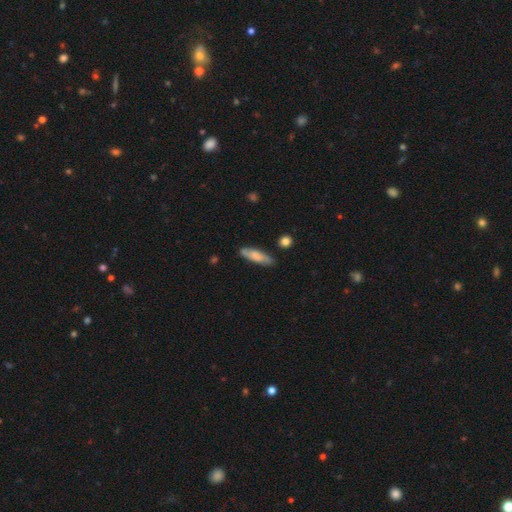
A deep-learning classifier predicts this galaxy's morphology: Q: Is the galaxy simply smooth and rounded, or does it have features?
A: smooth — 71%.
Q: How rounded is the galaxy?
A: cigar-shaped — 53%.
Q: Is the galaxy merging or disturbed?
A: none — 80%.